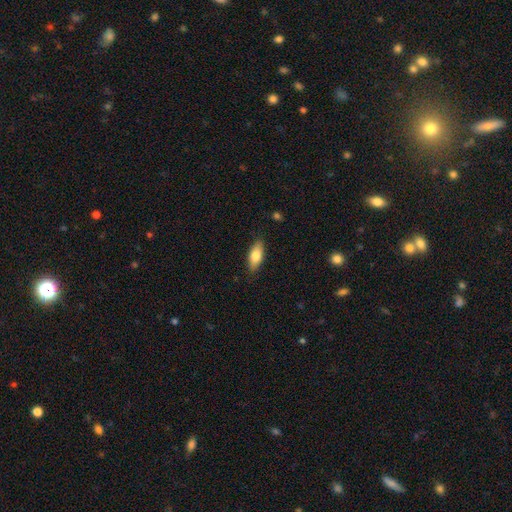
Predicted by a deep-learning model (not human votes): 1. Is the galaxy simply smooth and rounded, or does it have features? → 77% smooth, 17% featured or disk, 6% star or artifact.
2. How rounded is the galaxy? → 81% in between, 16% cigar-shaped, 3% round.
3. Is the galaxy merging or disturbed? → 85% none, 12% minor disturbance, 2% major disturbance, 1% merger.